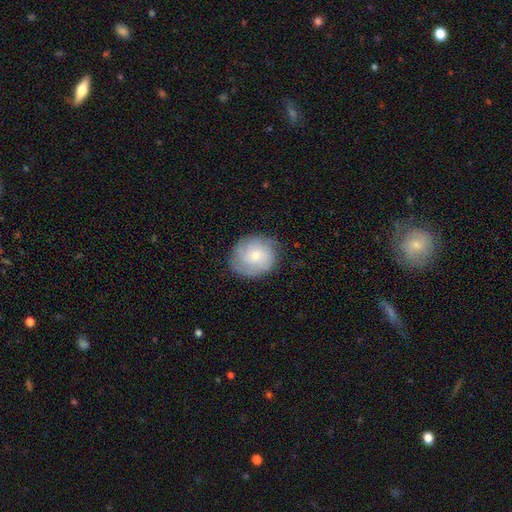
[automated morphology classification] Smooth or featured?
  - smooth: 47% *
  - featured or disk: 46%
  - star or artifact: 8%
Merging?
  - none: 74% *
  - minor disturbance: 19%
  - major disturbance: 6%
  - merger: 1%